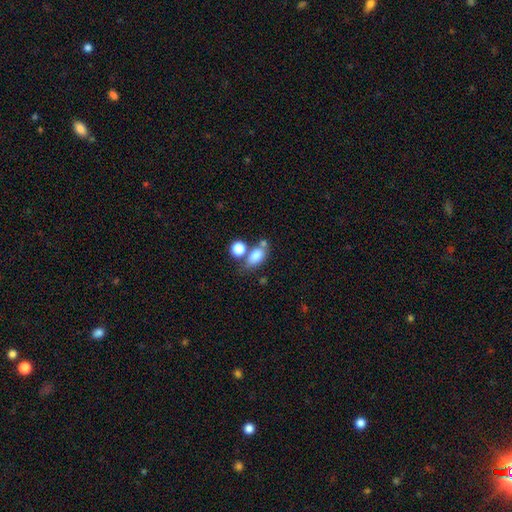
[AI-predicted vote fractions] Q: Smooth or featured?
A: smooth (81%); runner-up: featured or disk (10%)
Q: How rounded?
A: in between (79%); runner-up: round (17%)
Q: Merging?
A: none (47%); runner-up: merger (34%)